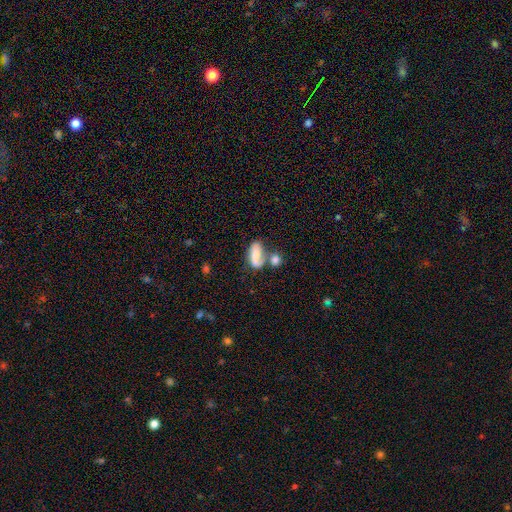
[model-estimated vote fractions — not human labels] Q: Smooth or featured?
A: smooth (61%); runner-up: featured or disk (30%)
Q: How rounded?
A: in between (85%); runner-up: cigar-shaped (10%)
Q: Merging?
A: merger (44%); runner-up: none (28%)